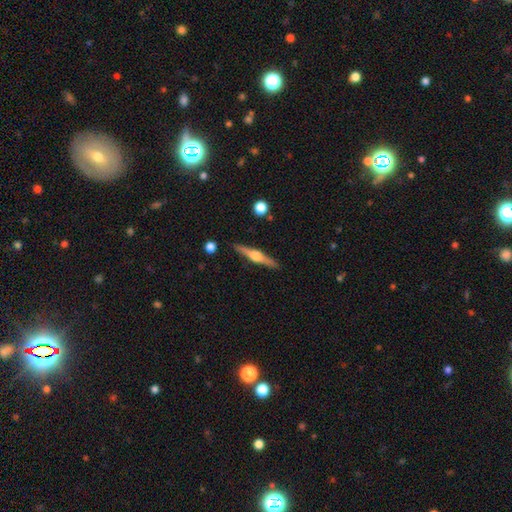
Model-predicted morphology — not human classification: smooth_or_featured: featured or disk (p=0.77) [alt: smooth p=0.17]
disk_edge_on: yes (p=0.98) [alt: no p=0.02]
edge_on_bulge: rounded (p=0.94) [alt: boxy p=0.04]
merging: none (p=0.90) [alt: minor disturbance p=0.07]